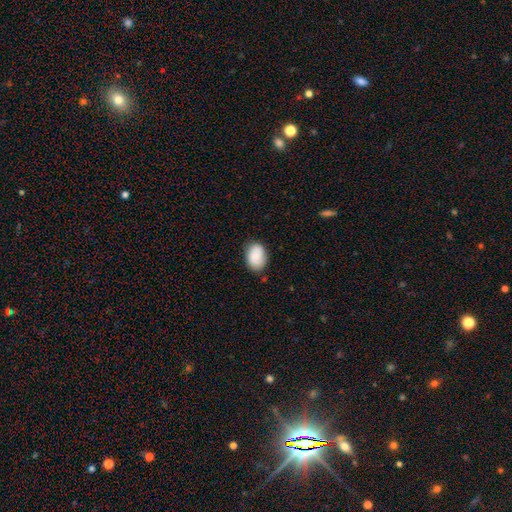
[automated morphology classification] smooth-or-featured: smooth: 87% | star or artifact: 7% | featured or disk: 7%
  how-rounded: in between: 84% | round: 15% | cigar-shaped: 1%
  merging: none: 78% | minor disturbance: 17% | major disturbance: 3% | merger: 2%